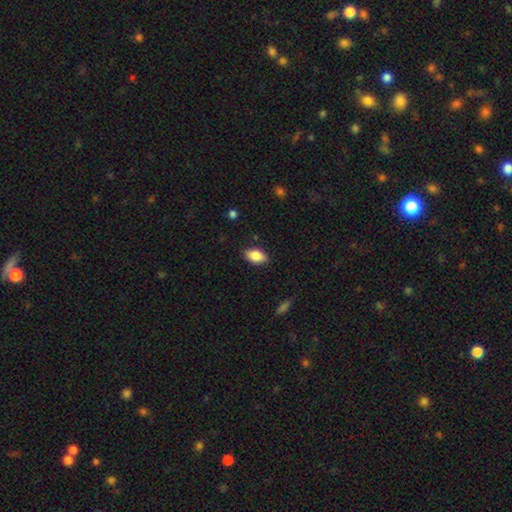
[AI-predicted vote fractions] smooth 84%, featured or disk 8%, star or artifact 7%. Down the decision tree: how rounded — in between (91%); merging — none (85%).